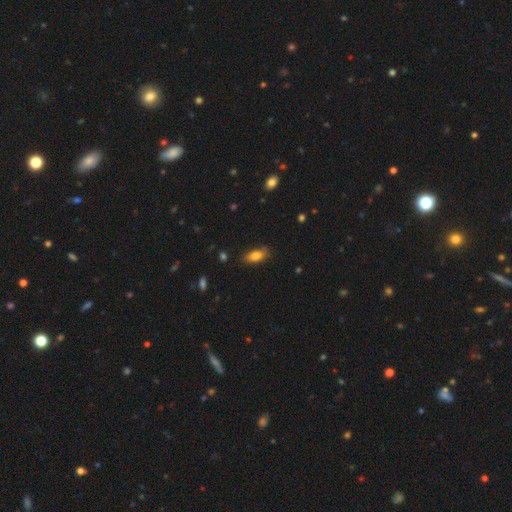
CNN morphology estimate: Q: Smooth or featured?
A: smooth (80%); runner-up: featured or disk (12%)
Q: How rounded?
A: in between (83%); runner-up: cigar-shaped (13%)
Q: Merging?
A: none (77%); runner-up: minor disturbance (18%)